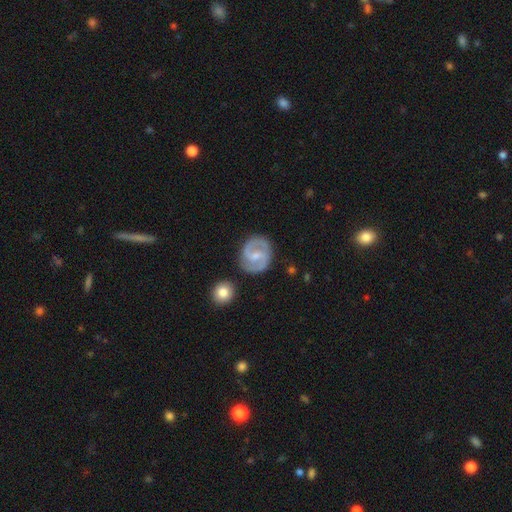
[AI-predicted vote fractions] Morphology: type=featured or disk (82%); edge-on=no (98%); bar=weak (55%); spiral arms=yes (95%); winding=medium (57%); arm count=2 (91%); bulge=small (49%); merging=none (81%).